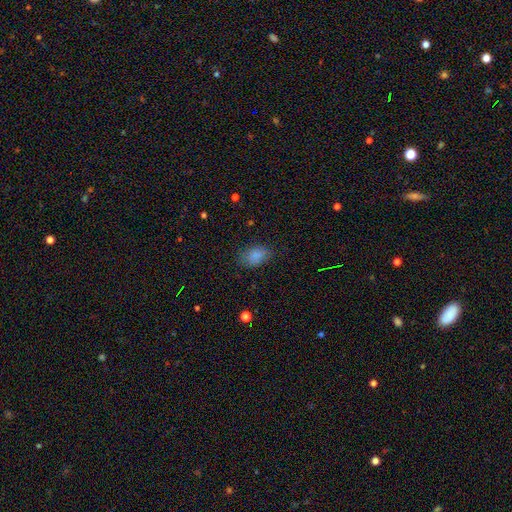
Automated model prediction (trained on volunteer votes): Smooth or featured? Predicted: smooth (p=0.82). How rounded? Predicted: in between (p=0.85). Merging? Predicted: none (p=0.73).